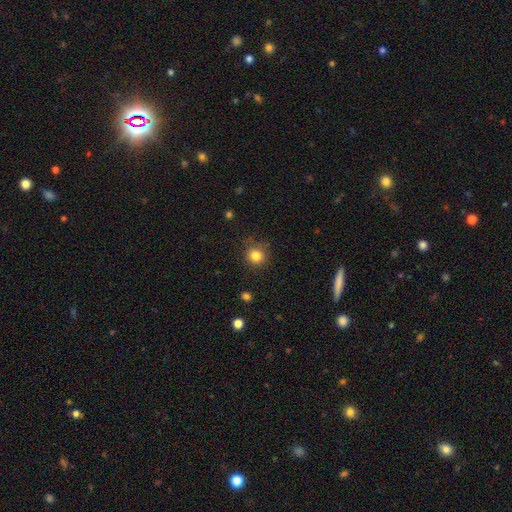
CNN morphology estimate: Smooth or featured? Predicted: smooth (p=0.82). How rounded? Predicted: round (p=0.90). Merging? Predicted: none (p=0.79).